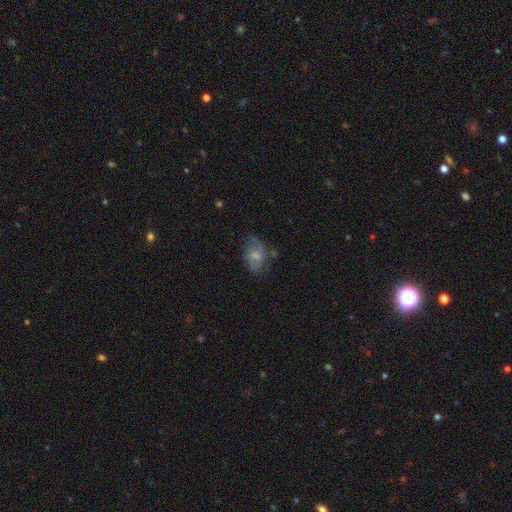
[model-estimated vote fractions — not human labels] Smooth or featured?
  - smooth: 52% *
  - featured or disk: 39%
  - star or artifact: 9%
How rounded?
  - in between: 82% *
  - round: 16%
  - cigar-shaped: 2%
Merging?
  - none: 51% *
  - minor disturbance: 28%
  - major disturbance: 17%
  - merger: 4%